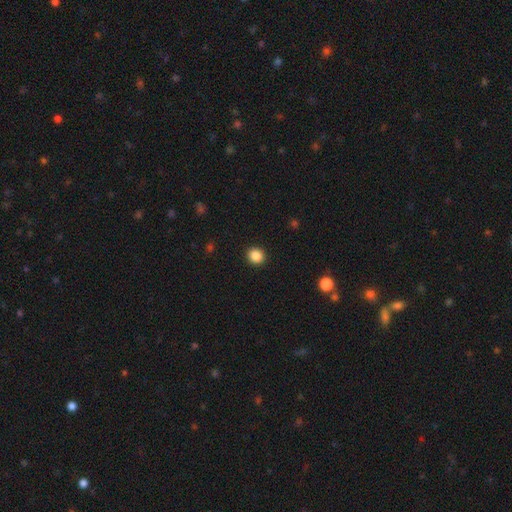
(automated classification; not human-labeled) Q: Smooth or featured?
A: smooth (87%); runner-up: star or artifact (10%)
Q: How rounded?
A: round (86%); runner-up: in between (13%)
Q: Merging?
A: none (92%); runner-up: minor disturbance (5%)